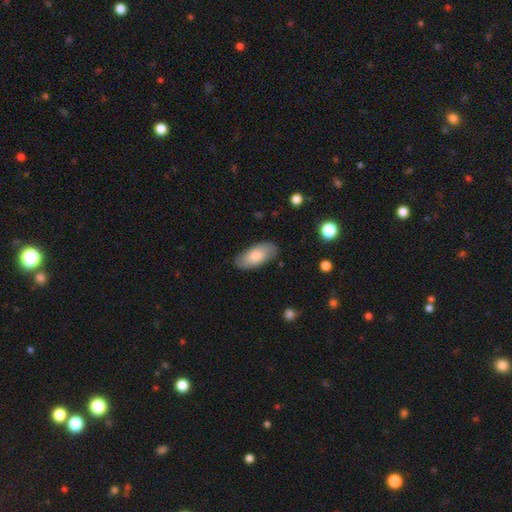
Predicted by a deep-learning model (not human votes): Smooth or featured? smooth (76%)
How rounded? in between (91%)
Merging? none (82%)